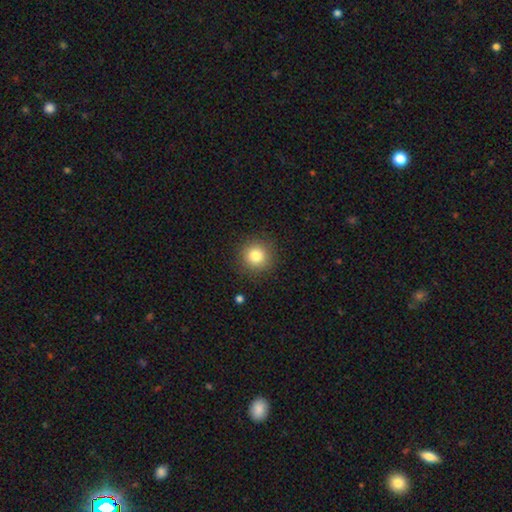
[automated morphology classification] Overall: smooth (81%). How rounded: round (94%). Merging: none (90%).